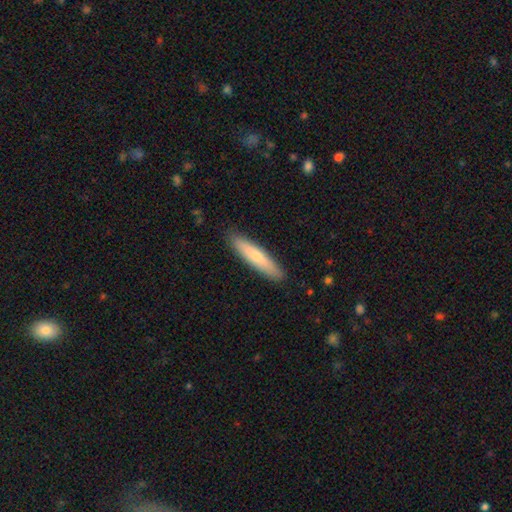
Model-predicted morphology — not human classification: smooth-or-featured: smooth: 69% | featured or disk: 26% | star or artifact: 5%
  how-rounded: cigar-shaped: 88% | in between: 11% | round: 1%
  merging: none: 89% | minor disturbance: 8% | major disturbance: 1% | merger: 1%